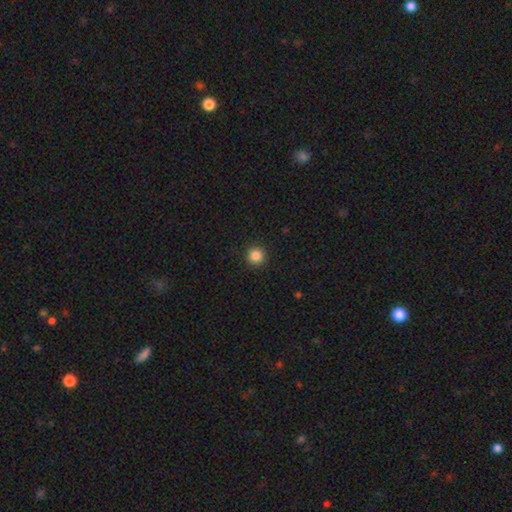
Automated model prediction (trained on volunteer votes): smooth_or_featured: smooth (p=0.86) [alt: star or artifact p=0.11]
how_rounded: round (p=0.96) [alt: in between p=0.03]
merging: none (p=0.93) [alt: minor disturbance p=0.04]